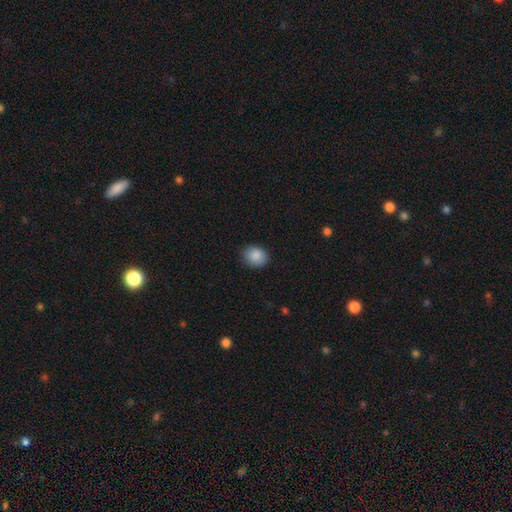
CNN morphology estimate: Overall: smooth (88%). How rounded: round (55%; in between 45%). Merging: none (86%).